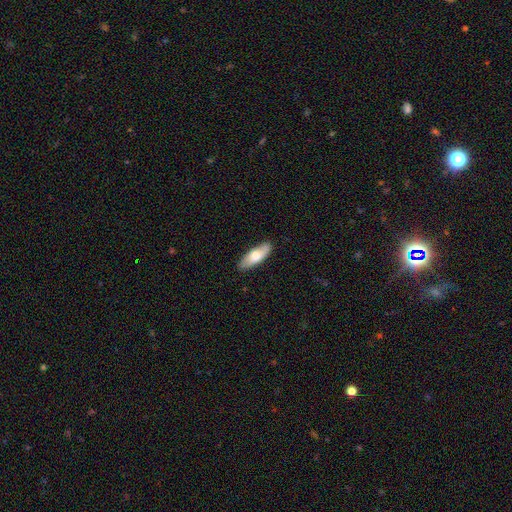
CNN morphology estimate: type=smooth (69%); roundness=in between (64%); merging=none (84%).